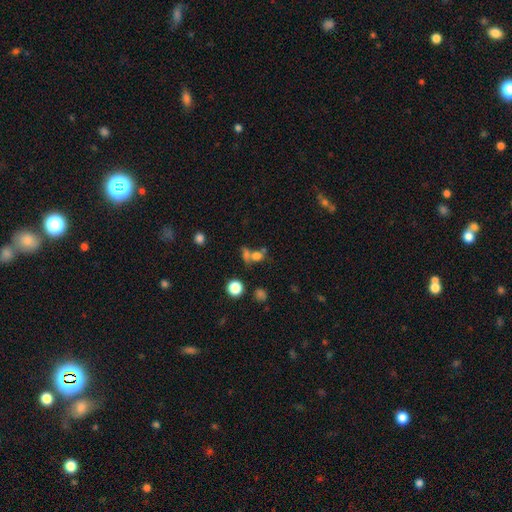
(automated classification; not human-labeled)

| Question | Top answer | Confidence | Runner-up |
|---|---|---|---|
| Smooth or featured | smooth | 67% | star or artifact (19%) |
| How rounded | round | 58% | in between (38%) |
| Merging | merger | 47% | none (36%) |